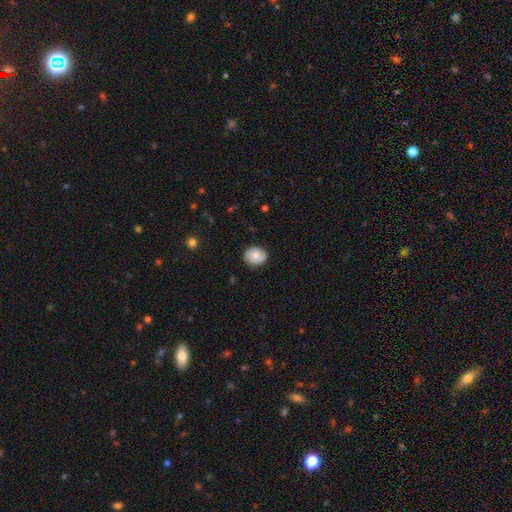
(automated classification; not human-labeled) Smooth or featured?
  - smooth: 75% *
  - featured or disk: 17%
  - star or artifact: 8%
How rounded?
  - round: 69% *
  - in between: 30%
  - cigar-shaped: 1%
Merging?
  - none: 83% *
  - minor disturbance: 13%
  - major disturbance: 2%
  - merger: 1%